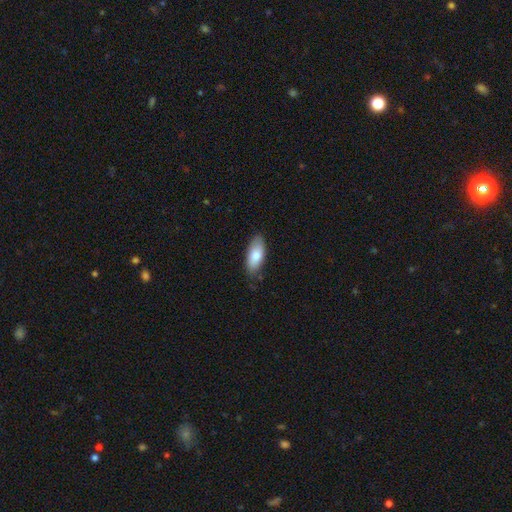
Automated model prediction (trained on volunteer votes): Smooth or featured? smooth (81%)
How rounded? in between (86%)
Merging? none (81%)